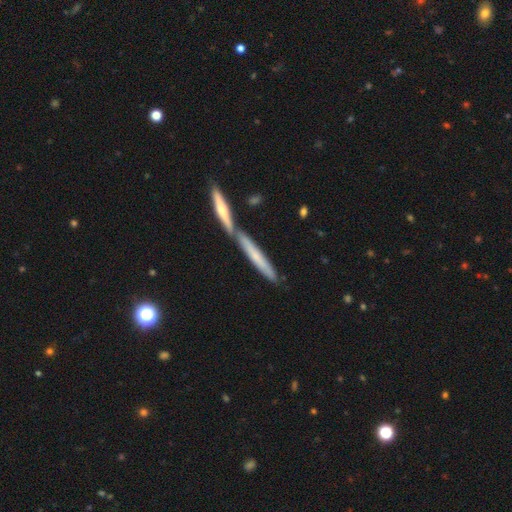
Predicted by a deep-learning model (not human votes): This is possibly a smooth galaxy (52%). How rounded: clearly cigar-shaped (92%). Merging: possibly none (57%).